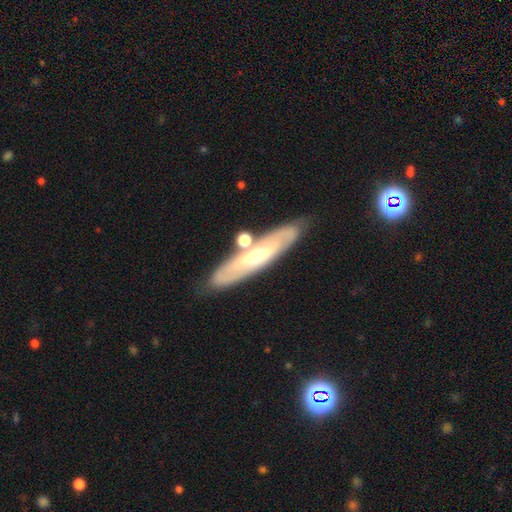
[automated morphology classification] A featured or disk galaxy (64%). Merging: none (74%).